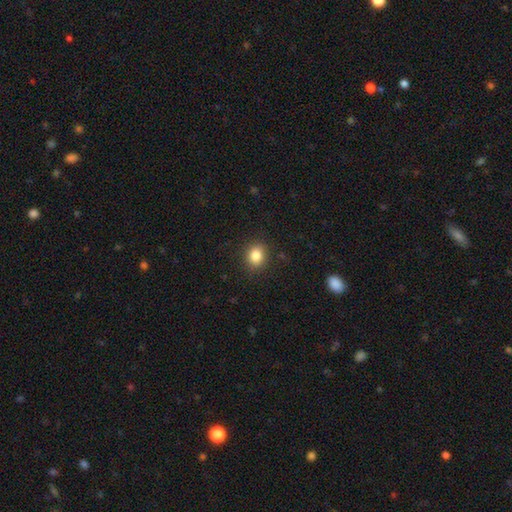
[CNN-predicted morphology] Smooth or featured? Predicted: smooth (p=0.84). How rounded? Predicted: round (p=0.65). Merging? Predicted: none (p=0.88).